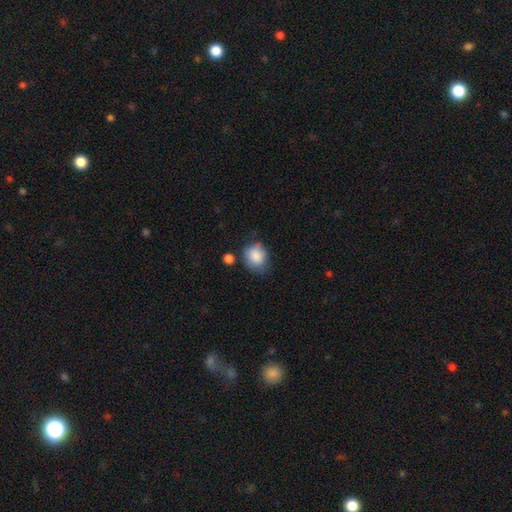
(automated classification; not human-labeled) Q: Smooth or featured?
A: smooth (85%); runner-up: star or artifact (8%)
Q: How rounded?
A: round (58%); runner-up: in between (41%)
Q: Merging?
A: none (57%); runner-up: minor disturbance (28%)